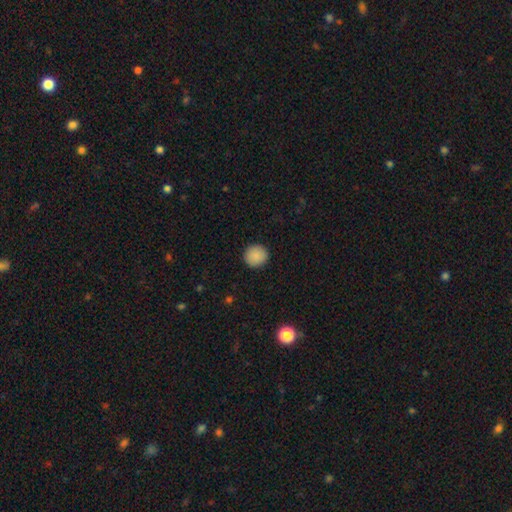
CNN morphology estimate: Smooth or featured: smooth — 89% (star or artifact — 8%)
How rounded: round — 93% (in between — 6%)
Merging: none — 93% (minor disturbance — 5%)